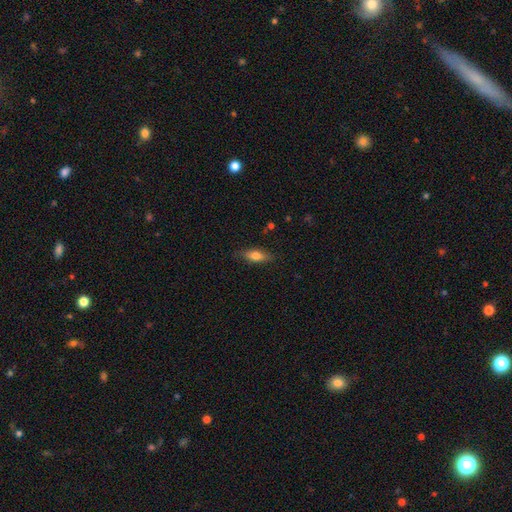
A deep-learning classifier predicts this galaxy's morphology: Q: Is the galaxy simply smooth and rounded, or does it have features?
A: smooth — 73%.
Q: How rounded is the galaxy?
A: in between — 67%.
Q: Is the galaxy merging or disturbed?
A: none — 82%.